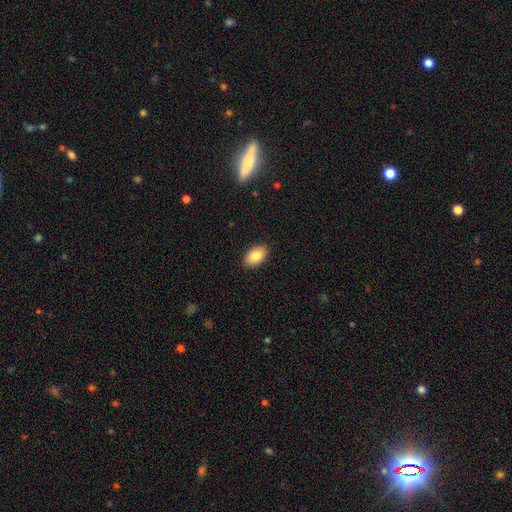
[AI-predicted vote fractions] Overall: smooth (84%). How rounded: in between (93%). Merging: none (89%).